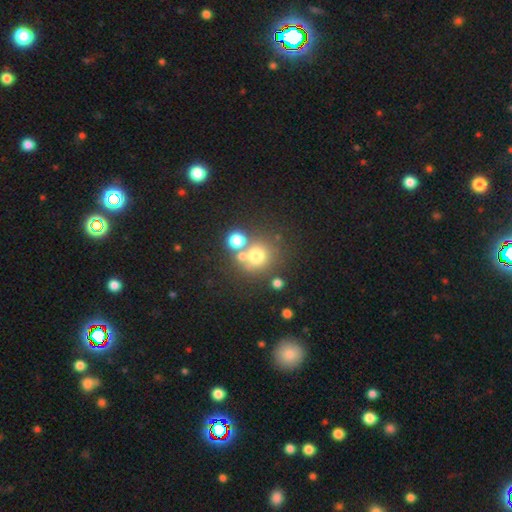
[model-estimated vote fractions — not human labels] A smooth galaxy with no disk features (66%) that is round (87%).

Vote fractions:
- Smooth or featured? smooth: 66% / star or artifact: 19% / featured or disk: 15%
- How rounded? round: 87% / in between: 12% / cigar-shaped: 1%
- Merging? none: 55% / merger: 31% / minor disturbance: 9% / major disturbance: 5%